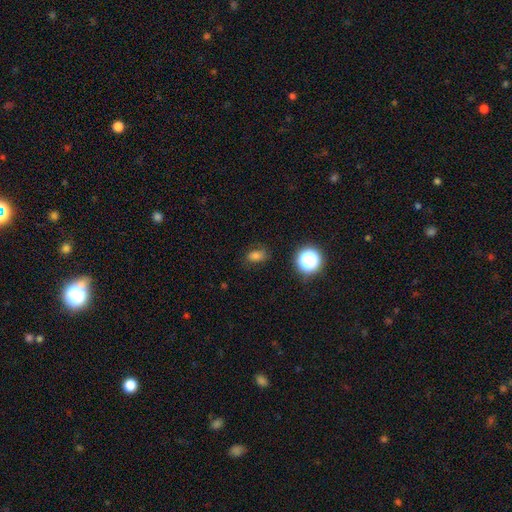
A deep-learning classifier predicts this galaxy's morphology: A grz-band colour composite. It shows a smooth galaxy with no disk features (69%) that is in between round and cigar-shaped (74%). Merging: none (73%).